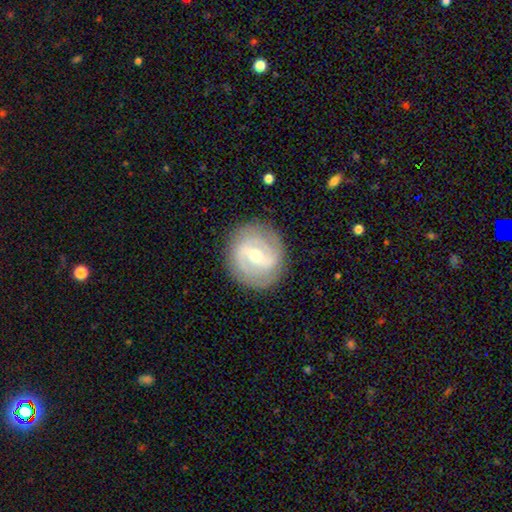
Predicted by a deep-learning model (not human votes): smooth-or-featured: featured or disk: 81% | smooth: 14% | star or artifact: 5%
  disk-edge-on: no: 97% | yes: 3%
    bar: weak: 44% (tied) | strong: 44% (tied) | no: 12%
    has-spiral-arms: yes: 85% | no: 15%
      spiral-winding: tight: 47% | medium: 39% | loose: 14%
      spiral-arm-count: 2: 74% | can't tell: 14% | 3: 6% | 1: 2% | 4: 2% | more than 4: 2%
    bulge-size: moderate: 56% | small: 41% | large: 2% | none: 1% | dominant: 1%
  merging: none: 85% | minor disturbance: 10% | major disturbance: 4% | merger: 1%